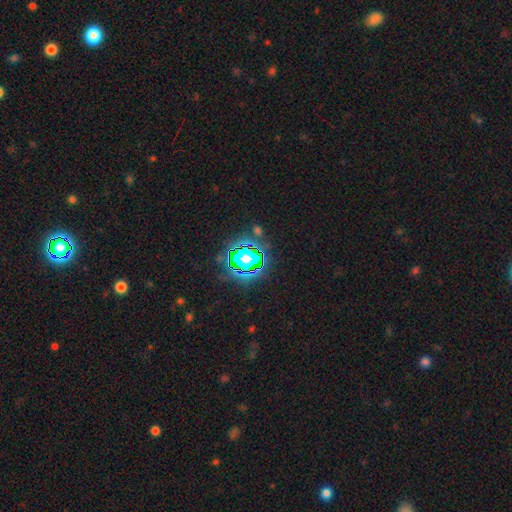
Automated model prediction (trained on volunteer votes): Q: Smooth or featured?
A: star or artifact (82%); runner-up: smooth (11%)